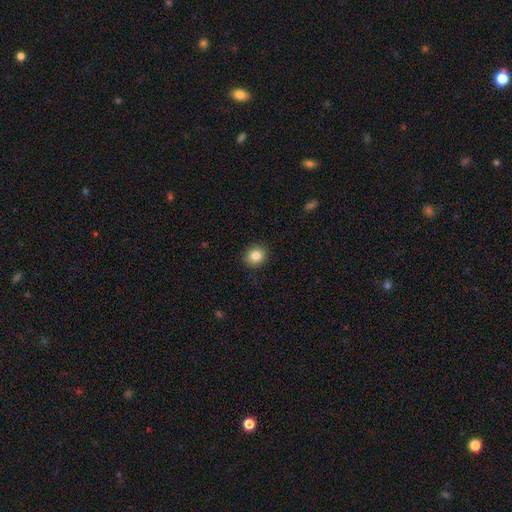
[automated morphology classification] Smooth or featured? smooth (85%)
How rounded? round (79%)
Merging? none (90%)